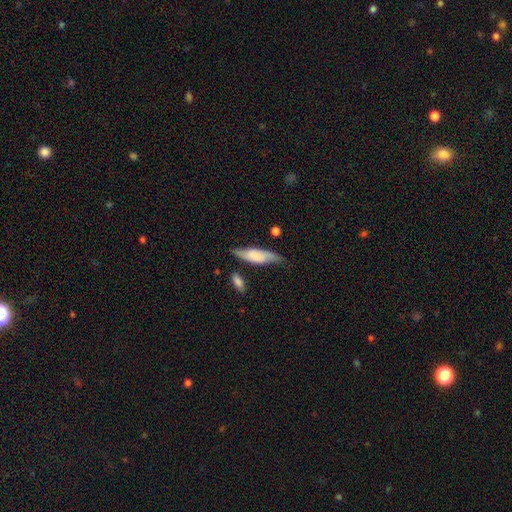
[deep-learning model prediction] smooth 53%, featured or disk 40%, star or artifact 6%. Down the decision tree: how rounded — cigar-shaped (51%); merging — none (66%).